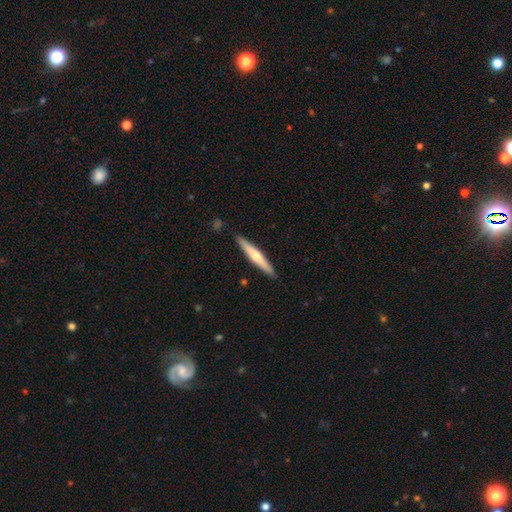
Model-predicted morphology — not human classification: smooth-or-featured: featured or disk: 50% | smooth: 45% | star or artifact: 5%
  disk-edge-on: yes: 96% | no: 4%
  merging: none: 90% | minor disturbance: 8% | major disturbance: 1% | merger: 1%